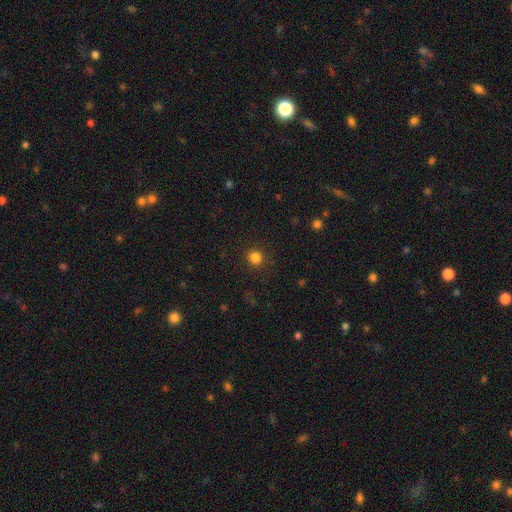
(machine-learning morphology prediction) Q: Smooth or featured?
A: smooth (83%); runner-up: star or artifact (13%)
Q: How rounded?
A: round (92%); runner-up: in between (7%)
Q: Merging?
A: none (90%); runner-up: minor disturbance (6%)